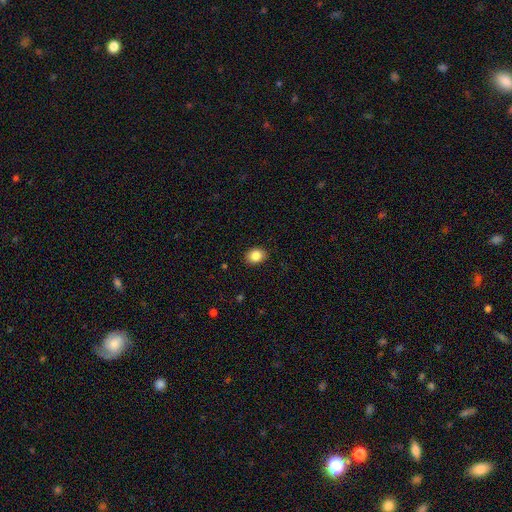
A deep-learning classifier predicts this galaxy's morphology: This is clearly a smooth galaxy (86%). How rounded: possibly in between (52%). Merging: clearly none (89%).